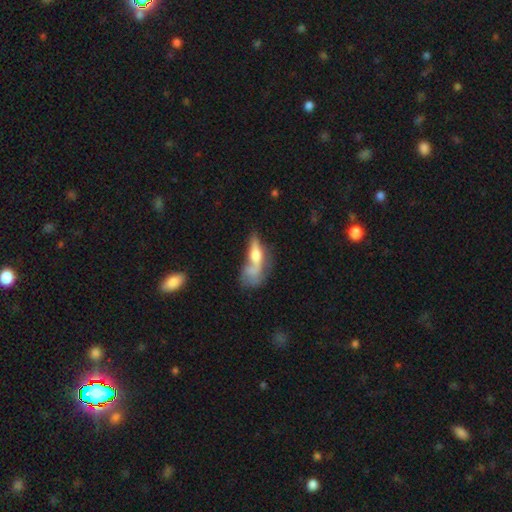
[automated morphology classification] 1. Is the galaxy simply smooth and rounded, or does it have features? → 46% featured or disk, 45% smooth, 9% star or artifact.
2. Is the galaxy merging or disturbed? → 31% major disturbance, 27% none, 24% merger, 18% minor disturbance.